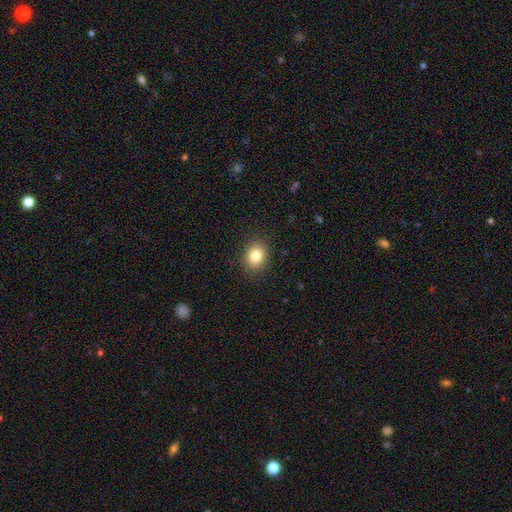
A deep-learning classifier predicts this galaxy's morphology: A smooth galaxy with no disk features (83%) that is round (52%). Merging: none (89%).